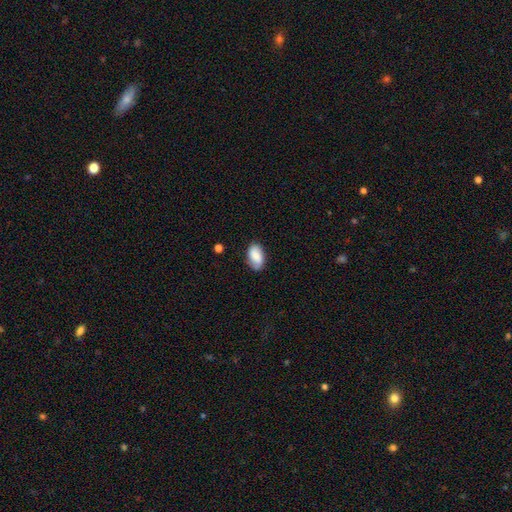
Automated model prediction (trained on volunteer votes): The model was most divided on "merging": none: 74%, minor disturbance: 20%, major disturbance: 4%, merger: 2%. More confident: how rounded — in between (92%); smooth or featured — smooth (74%).